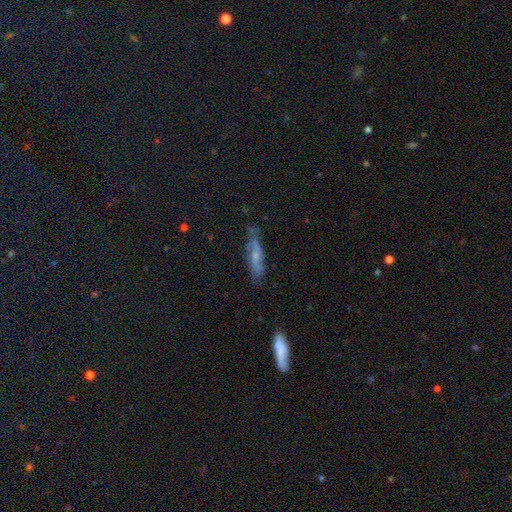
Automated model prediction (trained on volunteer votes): The model was most divided on "smooth or featured": featured or disk: 52%, smooth: 38%, star or artifact: 10%. More confident: merging — none (66%); edge-on disk — no (62%).